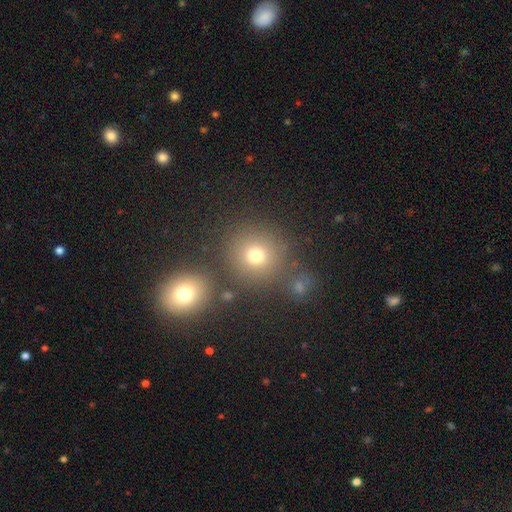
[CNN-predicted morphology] A smooth galaxy with no disk features (72%) that is round (89%).

Vote fractions:
- Smooth or featured? smooth: 72% / star or artifact: 18% / featured or disk: 10%
- How rounded? round: 89% / in between: 10% / cigar-shaped: 1%
- Merging? none: 73% / merger: 13% / minor disturbance: 9% / major disturbance: 5%